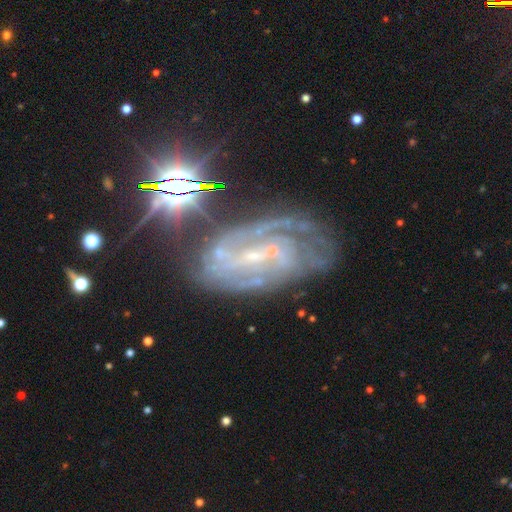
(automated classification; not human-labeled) A featured or disk galaxy (80%) with a weak bar (40%), 2 (40%) tight (46%) spiral arms (92%) and a small central bulge (81%).

Vote fractions:
- Smooth or featured? featured or disk: 80% / star or artifact: 13% / smooth: 7%
- Edge-on disk? no: 96% / yes: 4%
- Bar? weak: 40% / no: 32% / strong: 28%
- Spiral arms? yes: 92% / no: 8%
- Spiral winding? tight: 46% / medium: 40% / loose: 13%
- Spiral arm count? 2: 40% / can't tell: 28% / 3: 13% / 4: 7% / 1: 6% / more than 4: 6%
- Bulge size? small: 81% / moderate: 9% / none: 8% / large: 1% / dominant: 1%
- Merging? none: 58% / minor disturbance: 20% / major disturbance: 14% / merger: 7%